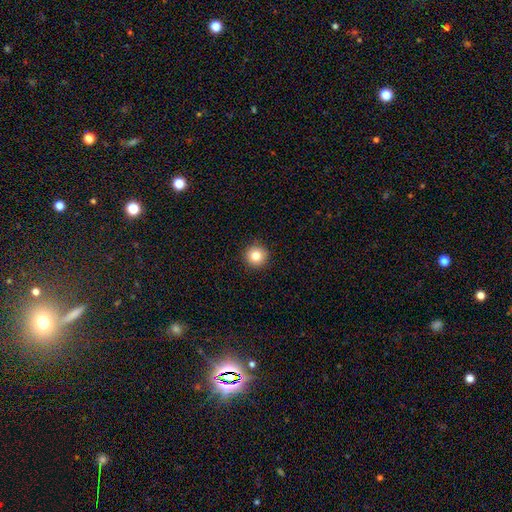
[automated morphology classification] smooth_or_featured: smooth (p=0.83) [alt: star or artifact p=0.11]
how_rounded: round (p=0.96) [alt: in between p=0.03]
merging: none (p=0.92) [alt: minor disturbance p=0.05]